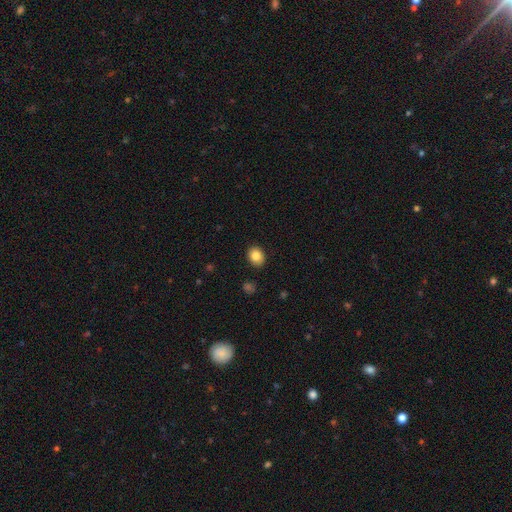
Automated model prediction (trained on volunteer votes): Smooth or featured: smooth — 84% (star or artifact — 9%)
How rounded: round — 52% (in between — 47%)
Merging: none — 89% (minor disturbance — 7%)